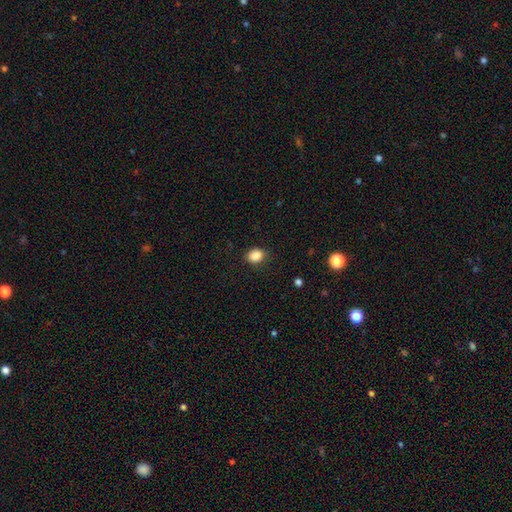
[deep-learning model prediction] Smooth or featured?
  - smooth: 87% *
  - star or artifact: 9%
  - featured or disk: 3%
How rounded?
  - in between: 51% *
  - round: 48%
  - cigar-shaped: 1%
Merging?
  - none: 83% *
  - minor disturbance: 13%
  - major disturbance: 3%
  - merger: 1%